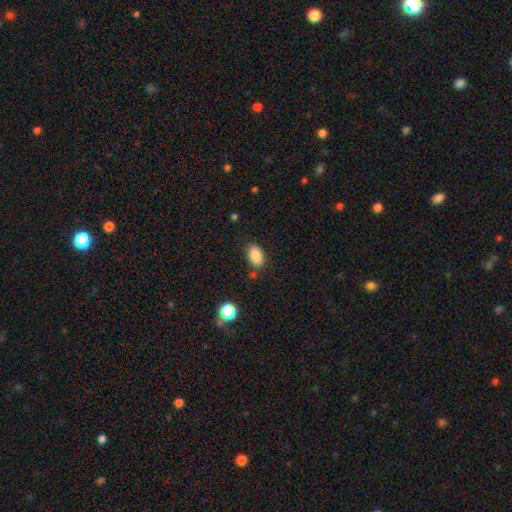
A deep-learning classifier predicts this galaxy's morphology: type=smooth (87%); roundness=in between (91%); merging=none (81%).